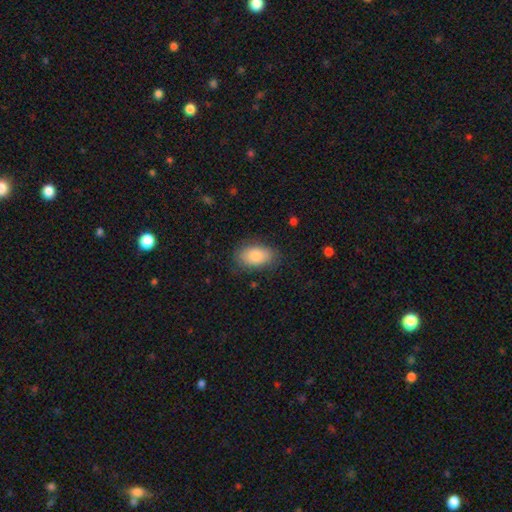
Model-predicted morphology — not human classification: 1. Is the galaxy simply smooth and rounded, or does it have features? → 84% smooth, 9% featured or disk, 7% star or artifact.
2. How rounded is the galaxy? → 92% in between, 6% round, 2% cigar-shaped.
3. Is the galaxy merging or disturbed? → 79% none, 16% minor disturbance, 4% major disturbance, 1% merger.